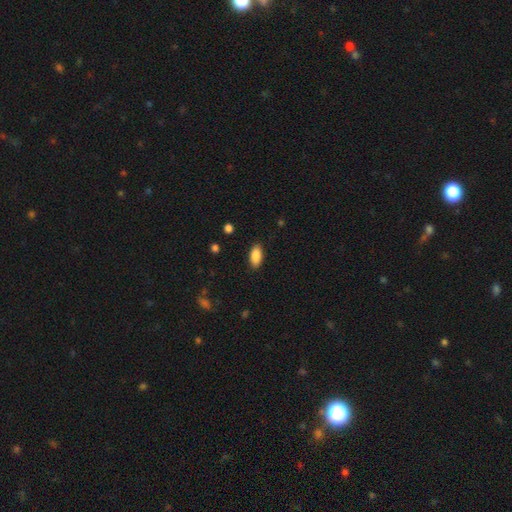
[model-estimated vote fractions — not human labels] A smooth galaxy with no disk features (89%) that is in between round and cigar-shaped (90%). Merging: none (89%).